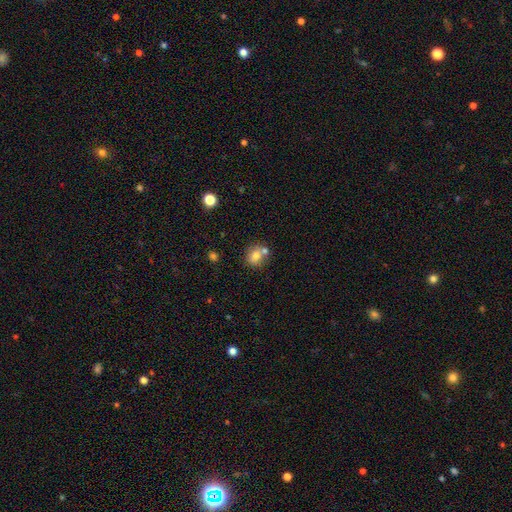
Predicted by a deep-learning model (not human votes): smooth-or-featured: smooth: 75% | featured or disk: 14% | star or artifact: 11%
  how-rounded: round: 73% | in between: 26% | cigar-shaped: 1%
  merging: none: 56% | merger: 30% | minor disturbance: 11% | major disturbance: 3%